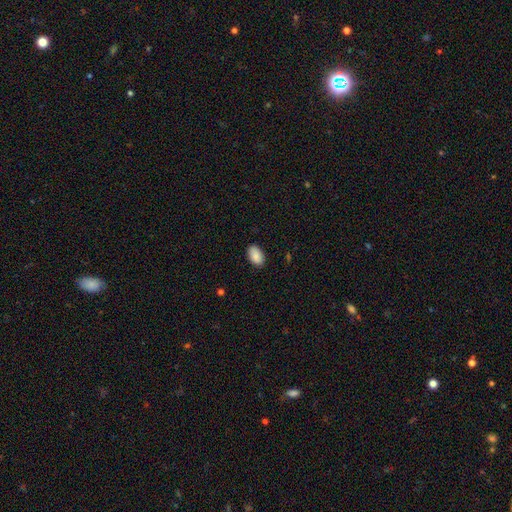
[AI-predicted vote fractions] smooth-or-featured: smooth: 89% | star or artifact: 7% | featured or disk: 4%
  how-rounded: in between: 93% | round: 6% | cigar-shaped: 1%
  merging: none: 87% | minor disturbance: 10% | major disturbance: 2% | merger: 1%